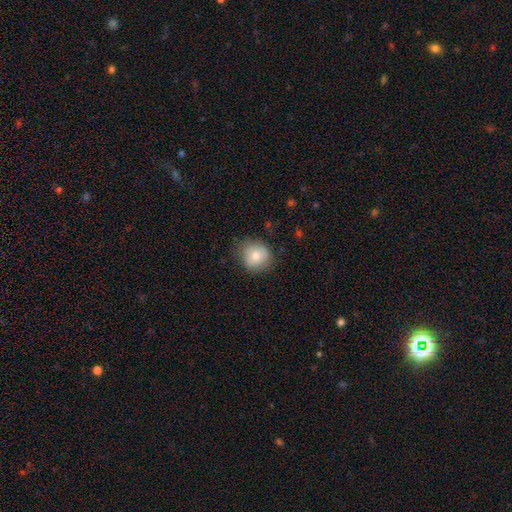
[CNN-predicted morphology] smooth 76%, featured or disk 15%, star or artifact 9%. Down the decision tree: how rounded — round (83%); merging — none (78%).